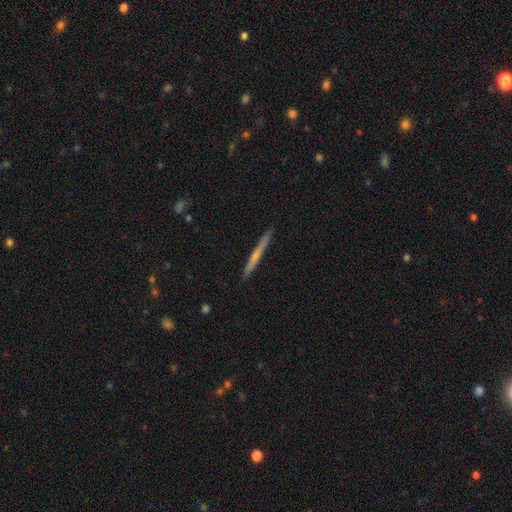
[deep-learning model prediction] Smooth or featured: featured or disk — 52% (smooth — 42%)
Edge-on disk: yes — 97% (no — 3%)
Edge-on bulge: none — 68% (rounded — 27%)
Merging: none — 90% (minor disturbance — 7%)